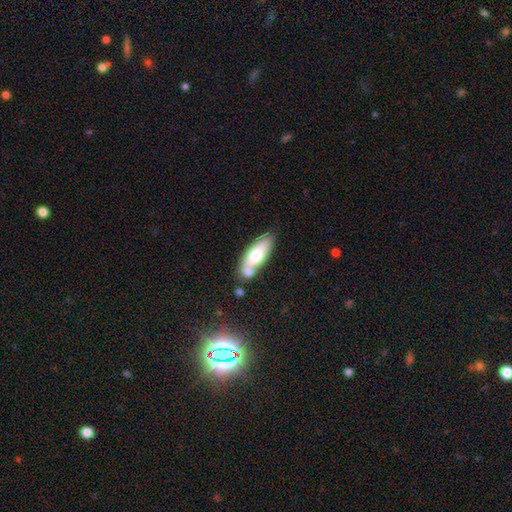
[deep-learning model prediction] Morphology: type=smooth (68%); roundness=in between (64%); merging=none (61%).